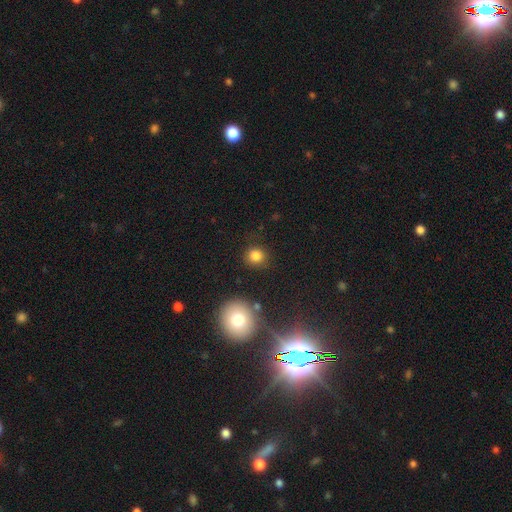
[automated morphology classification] Smooth or featured?
  - smooth: 82% *
  - star or artifact: 13%
  - featured or disk: 5%
How rounded?
  - round: 88% *
  - in between: 11%
  - cigar-shaped: 1%
Merging?
  - none: 84% *
  - minor disturbance: 10%
  - major disturbance: 4%
  - merger: 3%